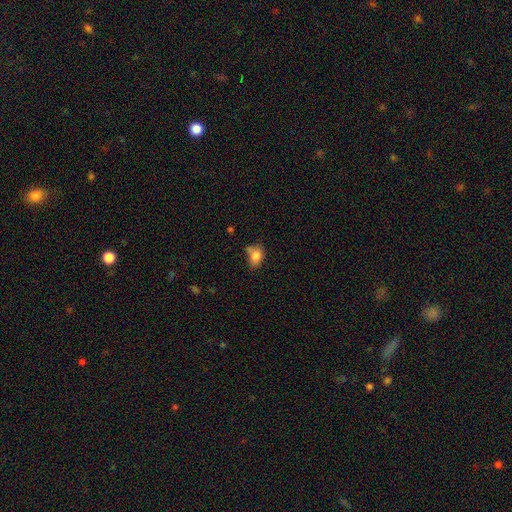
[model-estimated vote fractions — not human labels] smooth_or_featured: smooth (p=0.80) [alt: featured or disk p=0.10]
how_rounded: in between (p=0.72) [alt: round p=0.27]
merging: none (p=0.47) [alt: minor disturbance p=0.29]